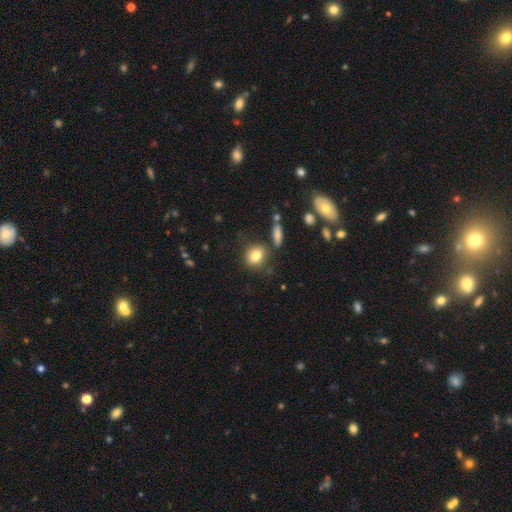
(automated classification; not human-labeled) smooth_or_featured: smooth (p=0.82) [alt: star or artifact p=0.09]
how_rounded: round (p=0.58) [alt: in between p=0.40]
merging: none (p=0.77) [alt: minor disturbance p=0.12]